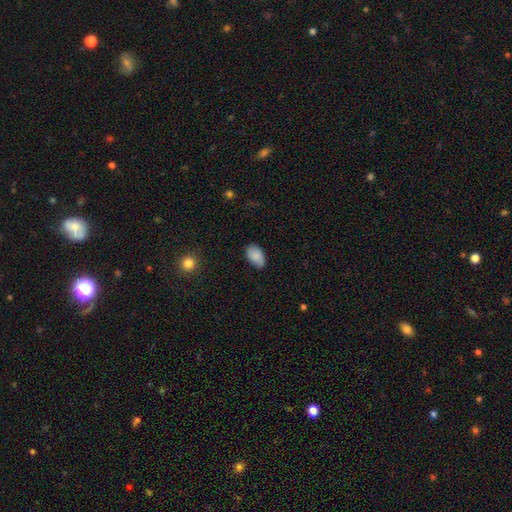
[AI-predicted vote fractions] Smooth or featured: smooth — 86% (featured or disk — 7%)
How rounded: in between — 93% (round — 6%)
Merging: none — 79% (minor disturbance — 17%)